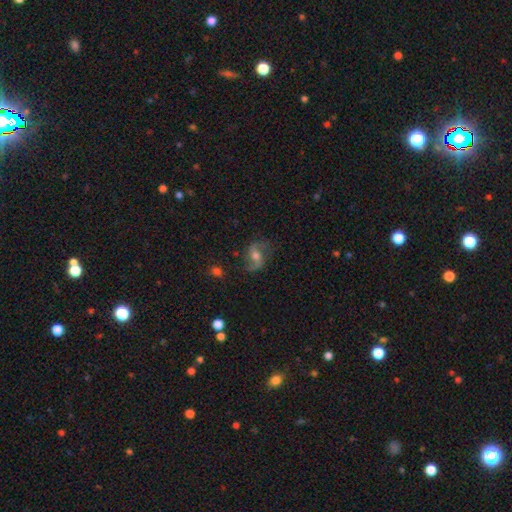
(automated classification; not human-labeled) Smooth or featured: featured or disk — 71% (smooth — 19%)
Edge-on disk: no — 96% (yes — 4%)
Bar: no — 42% (weak — 41%)
Spiral arms: yes — 90% (no — 10%)
Spiral winding: loose — 61% (medium — 32%)
Spiral arm count: 2 — 90% (can't tell — 4%)
Bulge size: moderate — 64% (small — 20%)
Merging: none — 72% (minor disturbance — 17%)